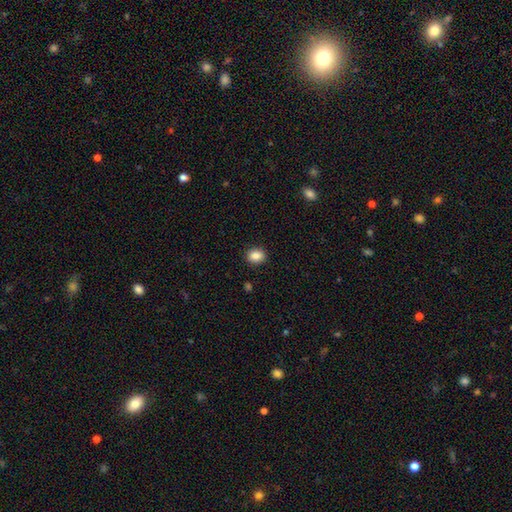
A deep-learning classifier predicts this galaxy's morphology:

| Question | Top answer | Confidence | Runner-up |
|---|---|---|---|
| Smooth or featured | smooth | 87% | star or artifact (9%) |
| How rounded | round | 55% | in between (44%) |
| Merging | none | 91% | minor disturbance (6%) |